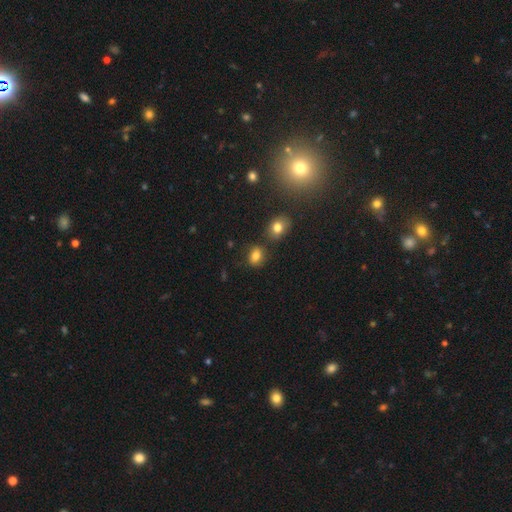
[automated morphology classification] This is likely a smooth galaxy (80%). How rounded: likely in between (64%). Merging: likely none (71%).